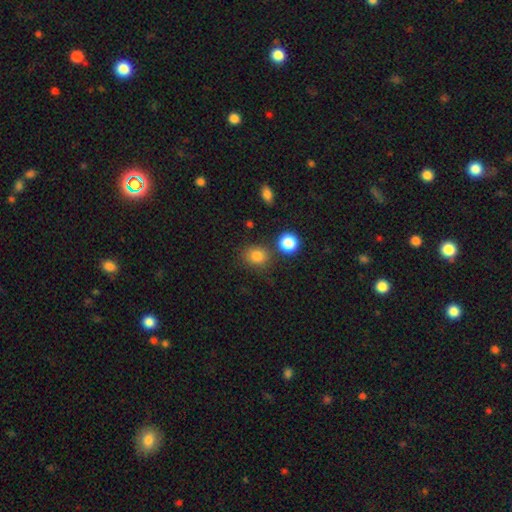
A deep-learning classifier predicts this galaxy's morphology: A smooth galaxy with no disk features (82%) that is round (71%).

Vote fractions:
- Smooth or featured? smooth: 82% / star or artifact: 12% / featured or disk: 6%
- How rounded? round: 71% / in between: 28% / cigar-shaped: 1%
- Merging? none: 77% / minor disturbance: 11% / merger: 8% / major disturbance: 3%